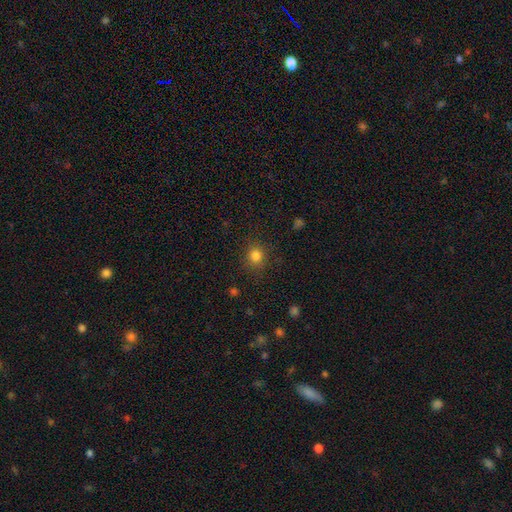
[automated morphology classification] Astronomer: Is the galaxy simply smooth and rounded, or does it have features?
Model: smooth — 82%.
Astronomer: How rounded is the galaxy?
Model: round — 81%.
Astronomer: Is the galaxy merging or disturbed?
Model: none — 84%.